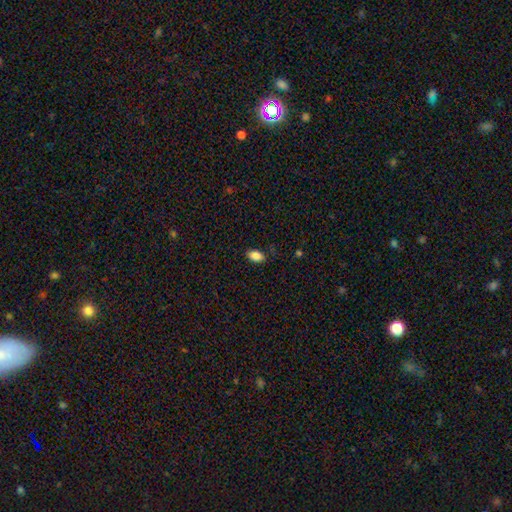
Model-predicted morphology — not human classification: type=smooth (87%); roundness=in between (91%); merging=none (84%).